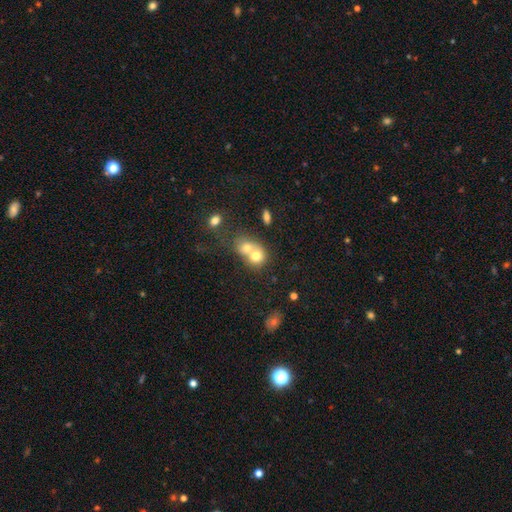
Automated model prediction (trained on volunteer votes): This is likely a smooth galaxy (69%). How rounded: likely round (68%). Merging: likely merger (70%).